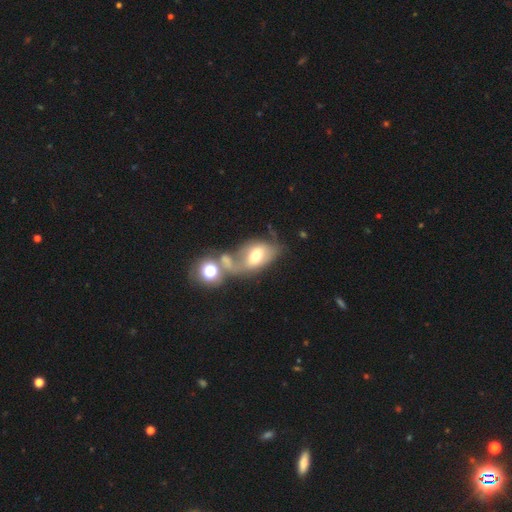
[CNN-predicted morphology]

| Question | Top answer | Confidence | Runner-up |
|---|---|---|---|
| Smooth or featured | smooth | 53% | featured or disk (37%) |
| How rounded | in between | 82% | round (15%) |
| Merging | merger | 46% | none (22%) |